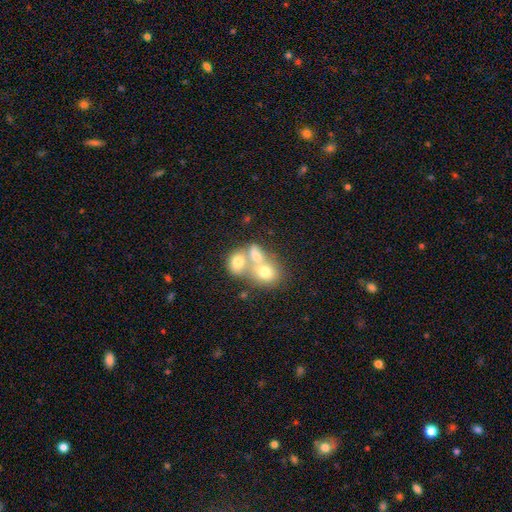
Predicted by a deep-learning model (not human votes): Smooth or featured: smooth — 67% (featured or disk — 21%)
How rounded: in between — 52% (round — 47%)
Merging: merger — 64% (none — 24%)